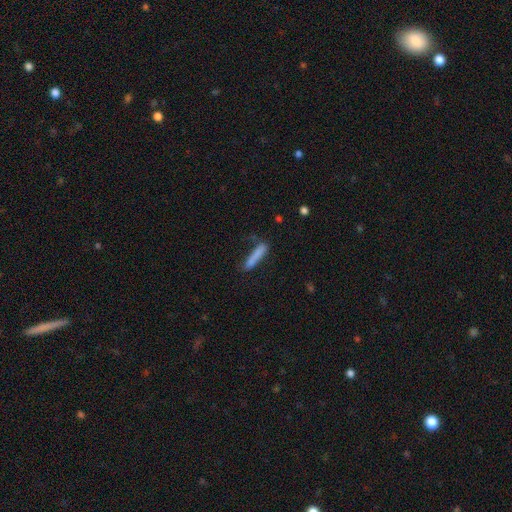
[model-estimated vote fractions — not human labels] Morphology: type=smooth (81%); roundness=cigar-shaped (89%); merging=none (70%).